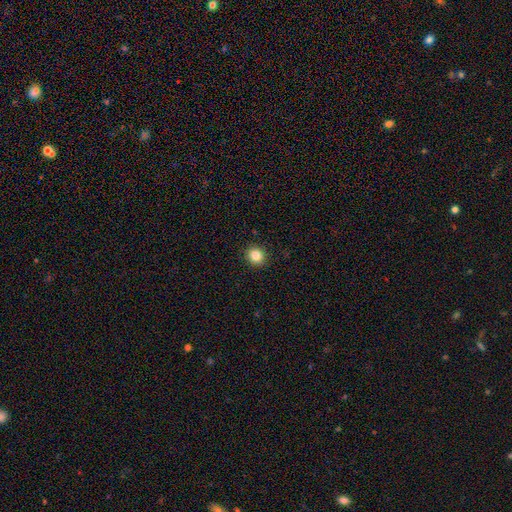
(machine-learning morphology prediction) Smooth or featured? Predicted: smooth (p=0.84). How rounded? Predicted: round (p=0.89). Merging? Predicted: none (p=0.92).